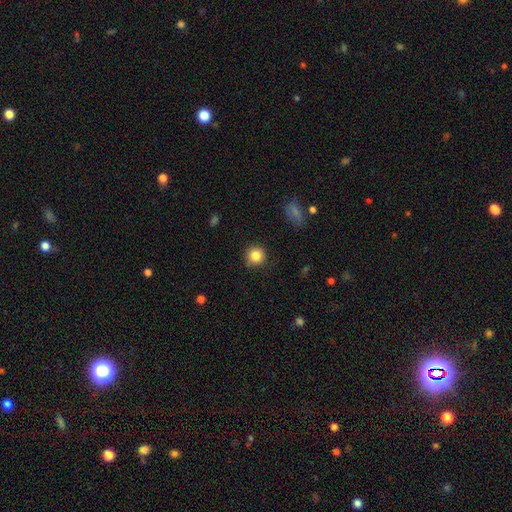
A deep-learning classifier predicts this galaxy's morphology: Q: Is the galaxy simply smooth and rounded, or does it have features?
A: smooth — 84%.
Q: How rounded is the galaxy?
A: round — 93%.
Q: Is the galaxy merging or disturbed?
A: none — 88%.